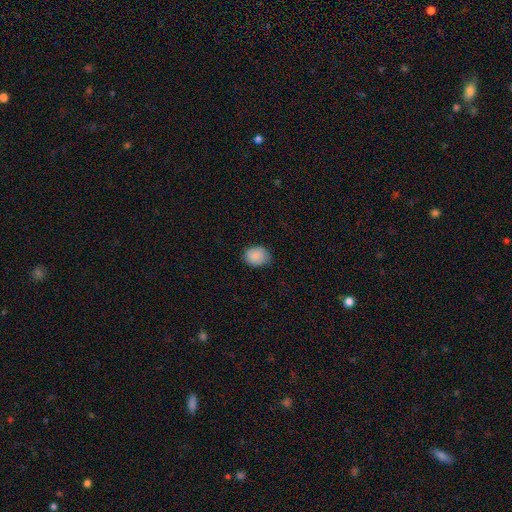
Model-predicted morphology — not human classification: smooth_or_featured: smooth (p=0.88) [alt: star or artifact p=0.08]
how_rounded: round (p=0.52) [alt: in between p=0.48]
merging: none (p=0.77) [alt: minor disturbance p=0.19]